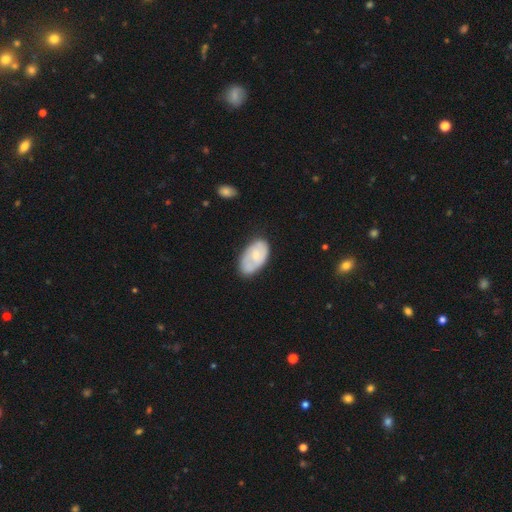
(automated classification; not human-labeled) A smooth galaxy with no disk features (59%) that is in between round and cigar-shaped (94%). Merging: none (63%).